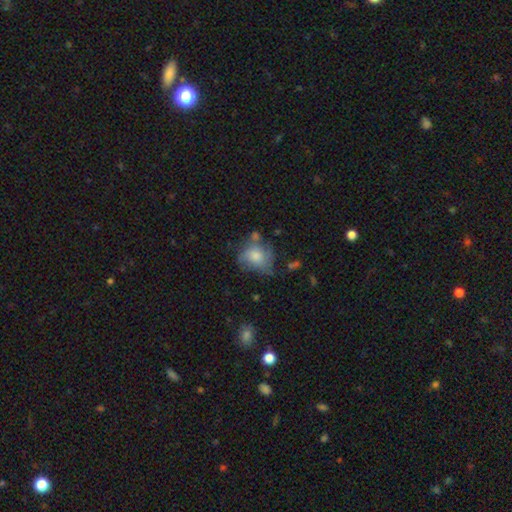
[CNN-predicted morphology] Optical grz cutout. It shows a smooth galaxy with no disk features (61%) that is round (59%). Merging: none (42%).